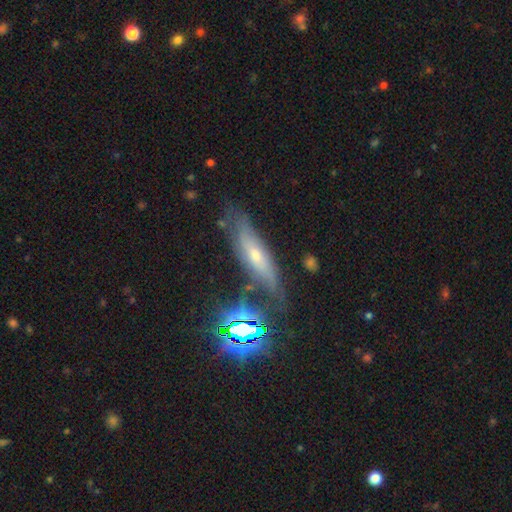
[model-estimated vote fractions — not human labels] smooth-or-featured: featured or disk: 48% | smooth: 30% | star or artifact: 22%
  merging: none: 66% | minor disturbance: 22% | major disturbance: 8% | merger: 4%